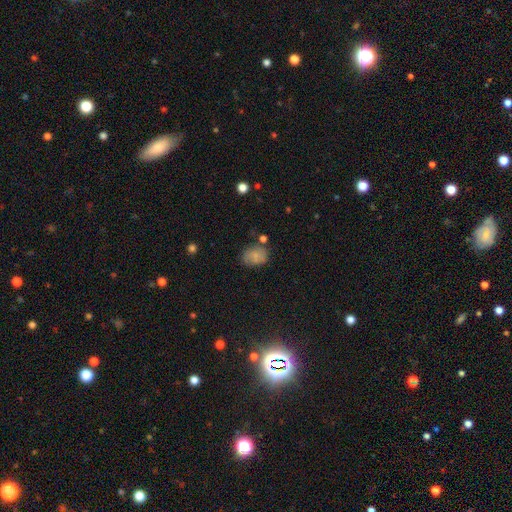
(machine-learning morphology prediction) A smooth galaxy with no disk features (74%) that is in between round and cigar-shaped (67%).

Vote fractions:
- Smooth or featured? smooth: 74% / featured or disk: 15% / star or artifact: 11%
- How rounded? in between: 67% / round: 31% / cigar-shaped: 1%
- Merging? none: 65% / minor disturbance: 21% / merger: 8% / major disturbance: 6%